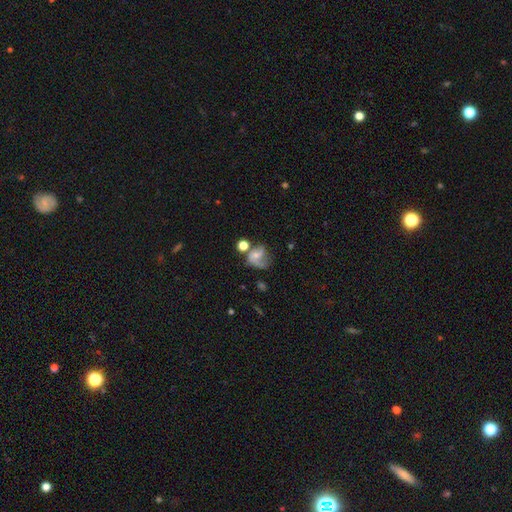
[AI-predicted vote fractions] This appears to be a featured or disk galaxy (60%) with no bar (55%), 2 (49%) medium (43%) spiral arms (86%) and a small central bulge (55%). Merging: none (39%).